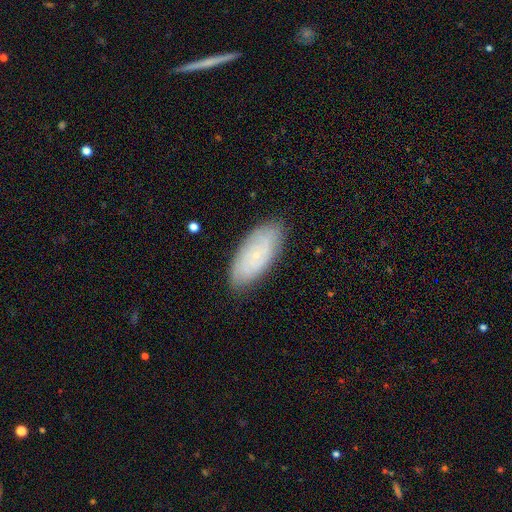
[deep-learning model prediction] A smooth galaxy with no disk features (47%). Merging: none (82%).